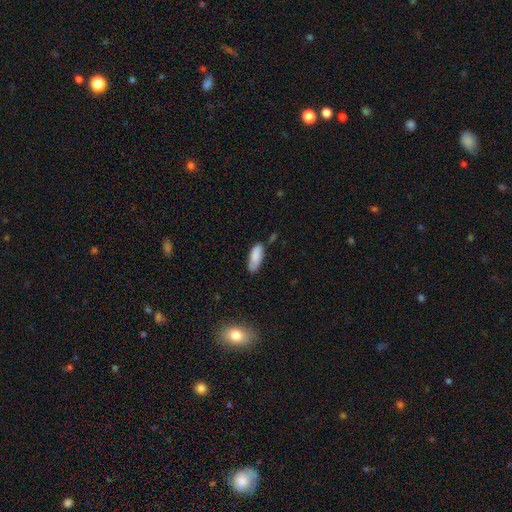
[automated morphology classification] smooth_or_featured: smooth (p=0.82) [alt: featured or disk p=0.11]
how_rounded: in between (p=0.77) [alt: cigar-shaped p=0.21]
merging: none (p=0.63) [alt: minor disturbance p=0.26]